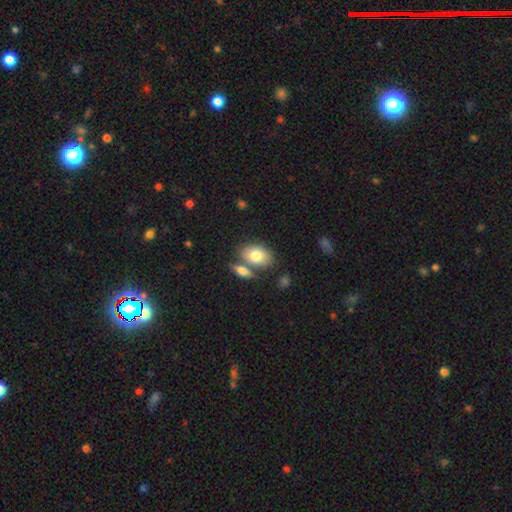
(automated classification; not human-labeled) smooth-or-featured: smooth: 80% | featured or disk: 14% | star or artifact: 7%
  how-rounded: in between: 86% | round: 12% | cigar-shaped: 2%
  merging: none: 54% | merger: 30% | minor disturbance: 12% | major disturbance: 4%